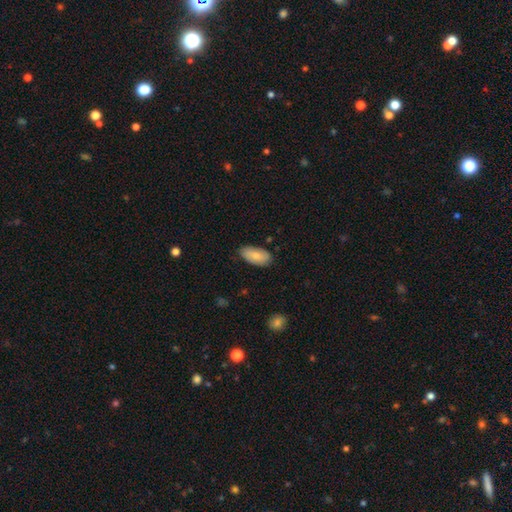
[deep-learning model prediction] Overall: smooth (77%). How rounded: in between (93%). Merging: none (80%).